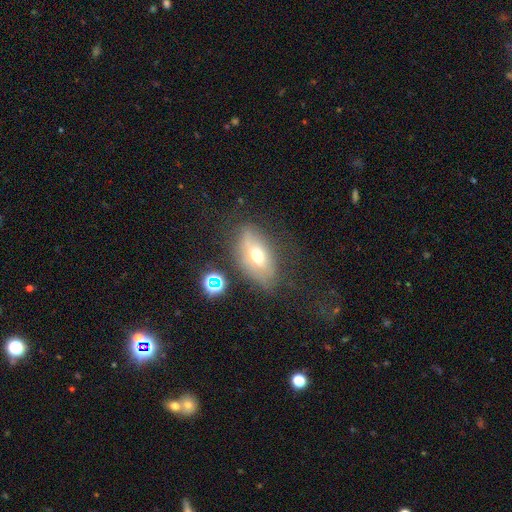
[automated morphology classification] Smooth or featured? smooth (53%)
How rounded? in between (85%)
Merging? none (59%)